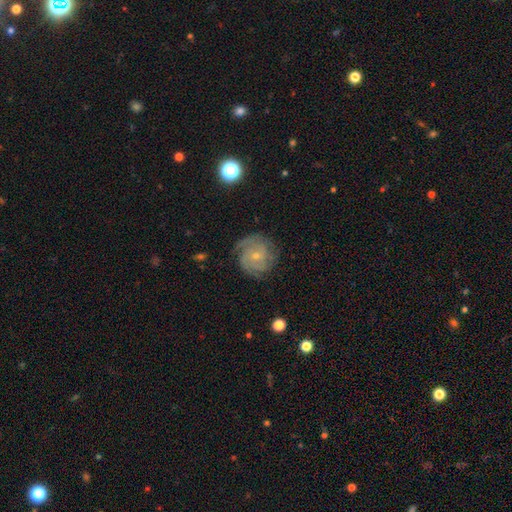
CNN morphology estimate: Smooth or featured: featured or disk — 77% (smooth — 16%)
Edge-on disk: no — 98% (yes — 2%)
Bar: no — 71% (weak — 25%)
Spiral arms: yes — 94% (no — 6%)
Spiral winding: tight — 60% (medium — 32%)
Spiral arm count: can't tell — 28% (3 — 27%)
Bulge size: small — 74% (moderate — 21%)
Merging: none — 73% (minor disturbance — 17%)